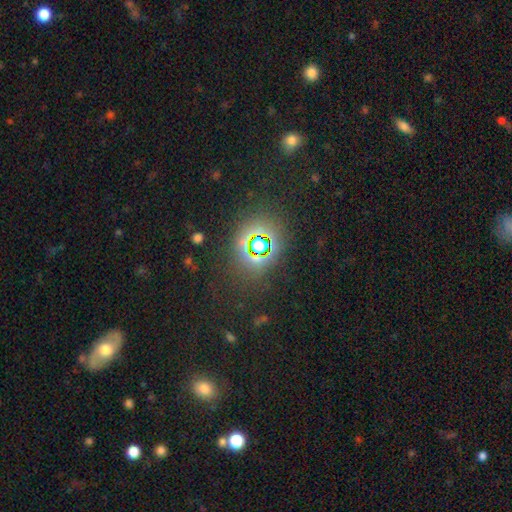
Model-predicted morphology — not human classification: A star or artifact, not a galaxy (73%).